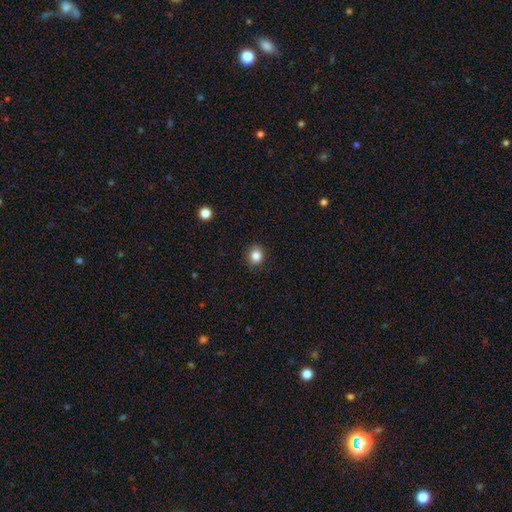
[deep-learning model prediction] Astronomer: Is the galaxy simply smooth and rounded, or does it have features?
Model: smooth — 84%.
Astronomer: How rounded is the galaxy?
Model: round — 77%.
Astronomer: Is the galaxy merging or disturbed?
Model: none — 90%.